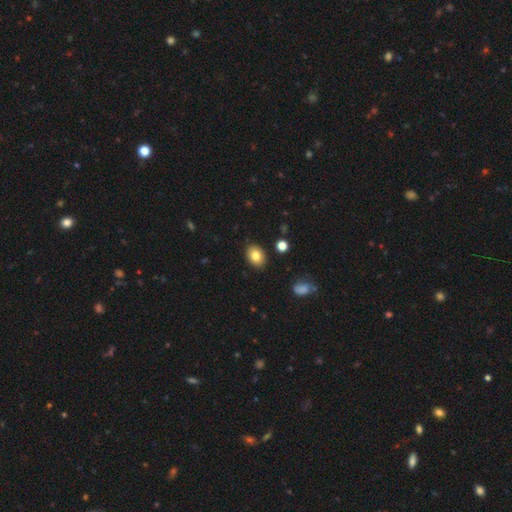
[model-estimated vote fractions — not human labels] smooth_or_featured: smooth (p=0.82) [alt: featured or disk p=0.09]
how_rounded: in between (p=0.66) [alt: round p=0.33]
merging: none (p=0.88) [alt: minor disturbance p=0.08]